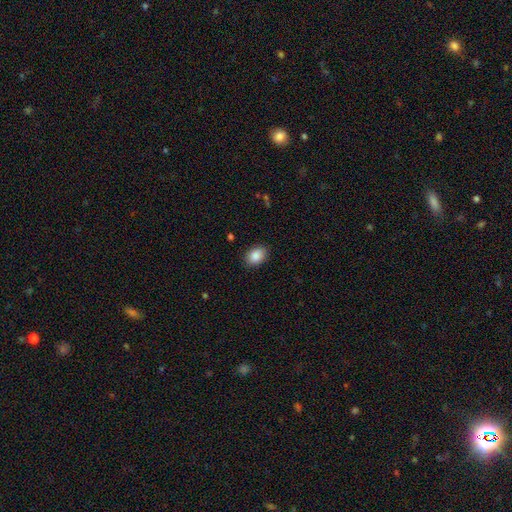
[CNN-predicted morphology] smooth_or_featured: smooth (p=0.88) [alt: star or artifact p=0.07]
how_rounded: in between (p=0.79) [alt: round p=0.20]
merging: none (p=0.86) [alt: minor disturbance p=0.10]